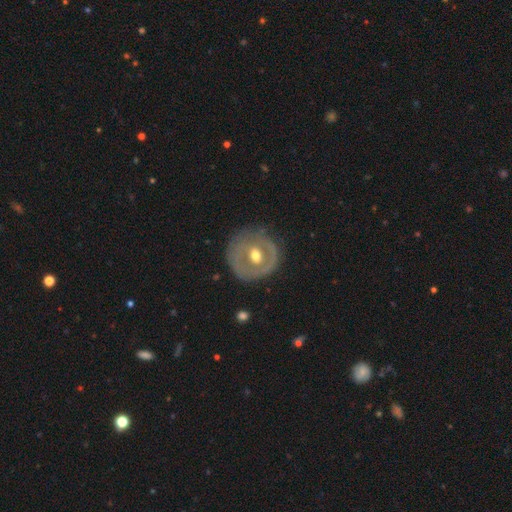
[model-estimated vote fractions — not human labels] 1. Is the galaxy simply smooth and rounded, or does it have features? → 62% featured or disk, 33% smooth, 6% star or artifact.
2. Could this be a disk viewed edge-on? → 95% no, 5% yes.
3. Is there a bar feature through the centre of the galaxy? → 57% no, 32% weak, 11% strong.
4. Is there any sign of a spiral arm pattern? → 67% no, 33% yes.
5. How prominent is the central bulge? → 74% moderate, 19% small, 5% large, 1% none, 1% dominant.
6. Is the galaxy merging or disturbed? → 69% none, 19% minor disturbance, 9% major disturbance, 2% merger.